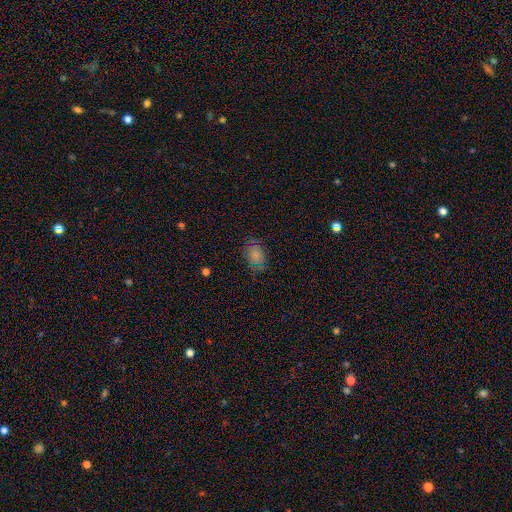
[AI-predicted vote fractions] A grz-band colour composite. It shows a smooth galaxy with no disk features (77%) that is in between round and cigar-shaped (79%). Merging: none (75%).